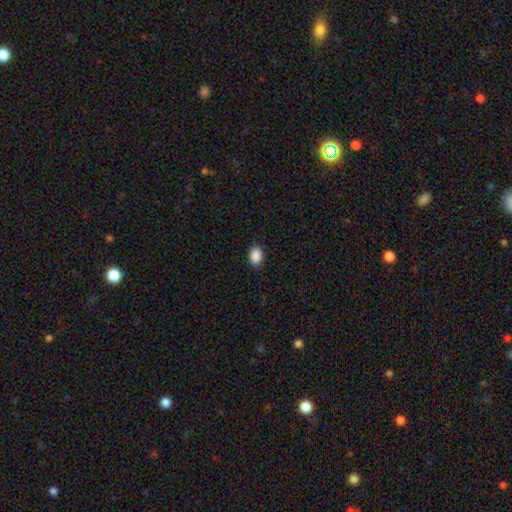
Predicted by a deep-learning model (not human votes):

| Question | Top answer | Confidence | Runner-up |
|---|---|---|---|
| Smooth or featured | smooth | 89% | star or artifact (8%) |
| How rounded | in between | 67% | round (32%) |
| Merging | none | 89% | minor disturbance (8%) |